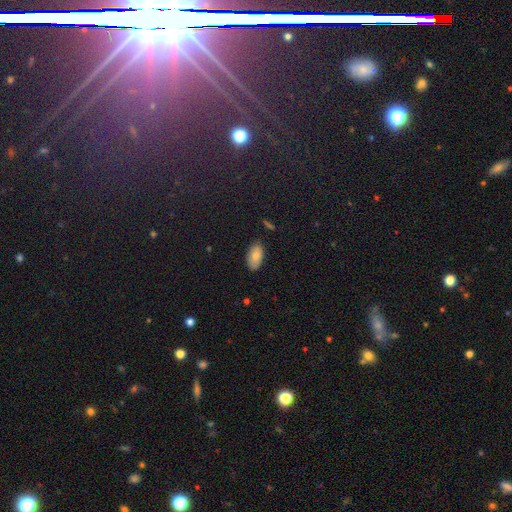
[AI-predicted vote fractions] Smooth or featured?
  - smooth: 80% *
  - featured or disk: 11%
  - star or artifact: 9%
How rounded?
  - in between: 94% *
  - round: 4%
  - cigar-shaped: 2%
Merging?
  - none: 83% *
  - minor disturbance: 14%
  - major disturbance: 2%
  - merger: 1%